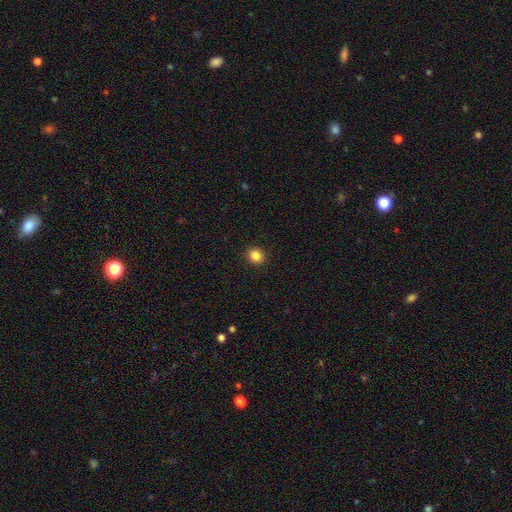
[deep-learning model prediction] Smooth or featured? smooth (85%)
How rounded? round (77%)
Merging? none (92%)